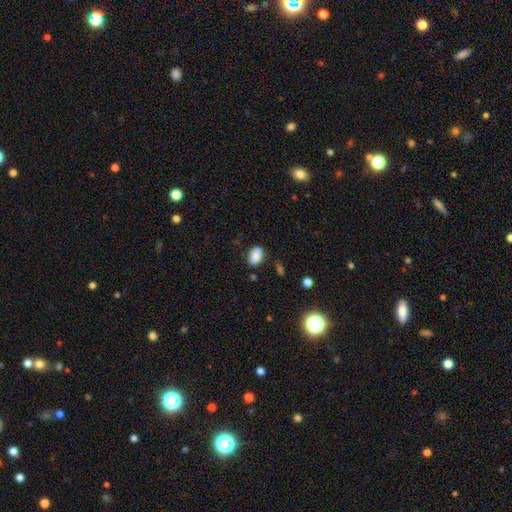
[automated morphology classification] Smooth or featured? Predicted: smooth (p=0.85). How rounded? Predicted: in between (p=0.83). Merging? Predicted: none (p=0.78).